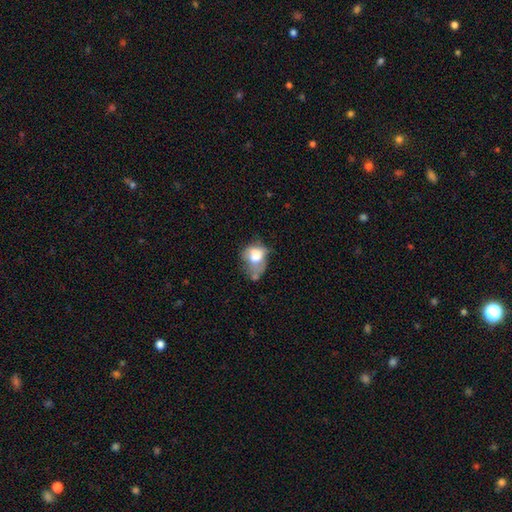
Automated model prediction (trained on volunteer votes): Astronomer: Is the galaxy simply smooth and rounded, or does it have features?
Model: smooth — 58%.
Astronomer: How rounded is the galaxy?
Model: in between — 68%.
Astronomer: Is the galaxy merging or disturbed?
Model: major disturbance — 34% (runner-up: merger, 24%).